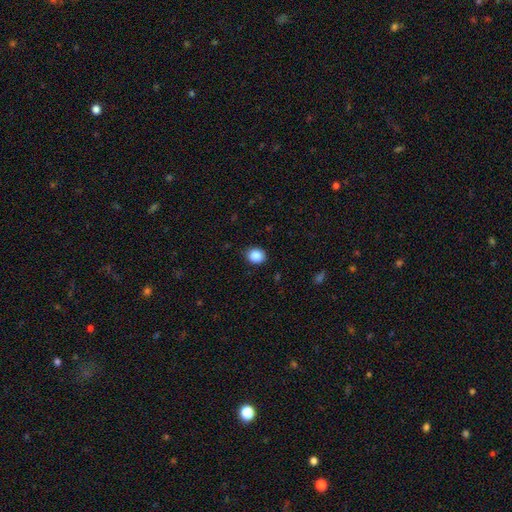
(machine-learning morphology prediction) Q: Smooth or featured?
A: smooth (88%); runner-up: star or artifact (9%)
Q: How rounded?
A: round (74%); runner-up: in between (25%)
Q: Merging?
A: none (88%); runner-up: minor disturbance (9%)